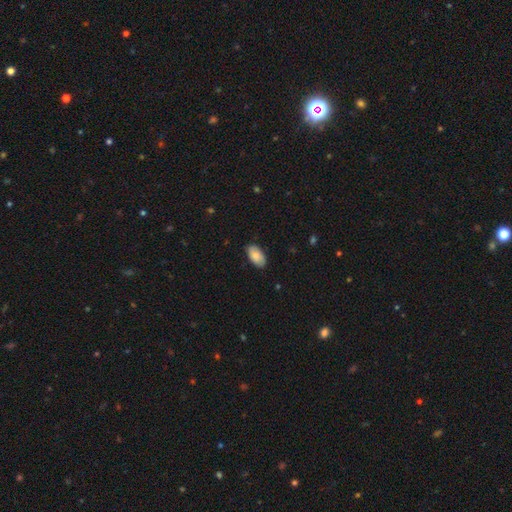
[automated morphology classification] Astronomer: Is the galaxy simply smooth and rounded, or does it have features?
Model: smooth — 80%.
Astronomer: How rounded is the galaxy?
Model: in between — 95%.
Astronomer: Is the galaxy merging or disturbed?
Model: none — 84%.